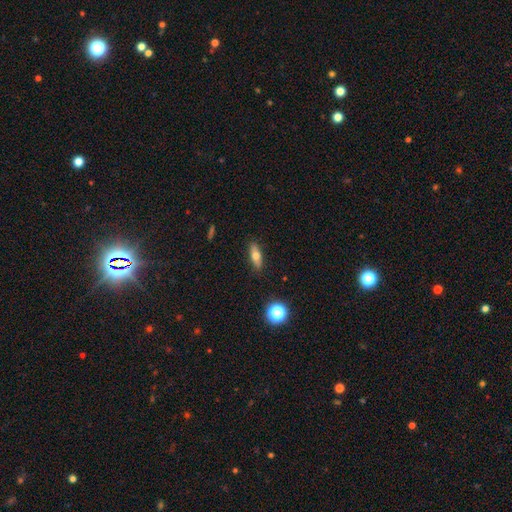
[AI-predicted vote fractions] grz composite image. It shows a smooth galaxy with no disk features (63%) that is in between round and cigar-shaped (55%). Merging: none (88%).